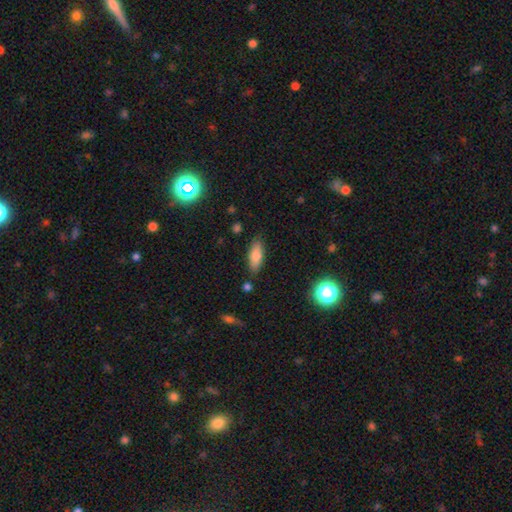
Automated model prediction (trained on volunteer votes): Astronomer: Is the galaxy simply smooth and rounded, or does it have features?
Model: smooth — 80%.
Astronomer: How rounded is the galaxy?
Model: in between — 72%.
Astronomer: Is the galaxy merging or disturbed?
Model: none — 81%.